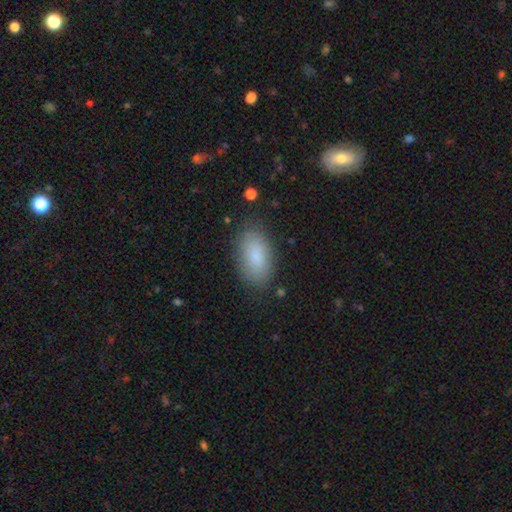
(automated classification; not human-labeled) Smooth or featured: smooth — 84% (featured or disk — 9%)
How rounded: in between — 92% (cigar-shaped — 4%)
Merging: none — 83% (minor disturbance — 12%)